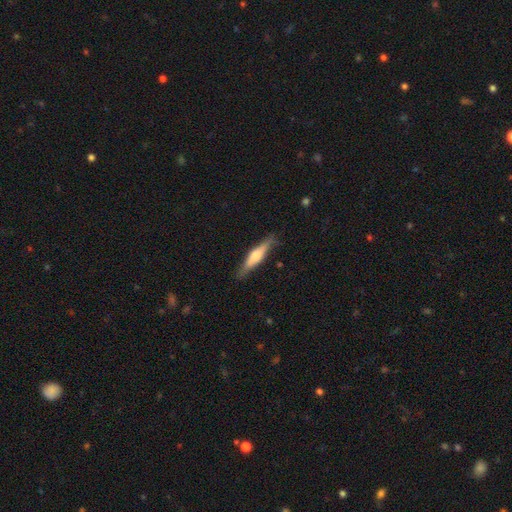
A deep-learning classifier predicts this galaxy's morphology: A smooth galaxy with no disk features (49%). Merging: none (84%).